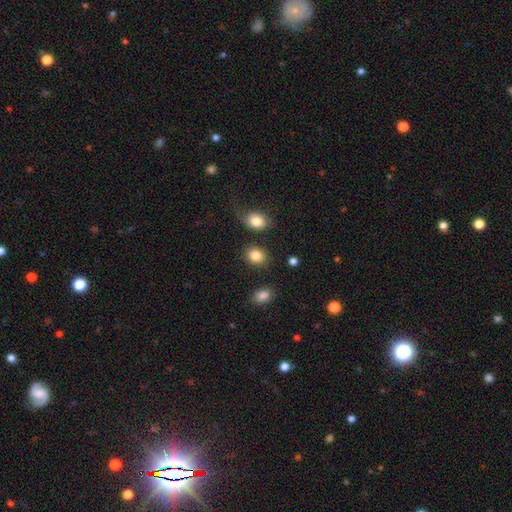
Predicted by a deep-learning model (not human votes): A smooth galaxy with no disk features (85%) that is round (54%). Merging: none (80%).